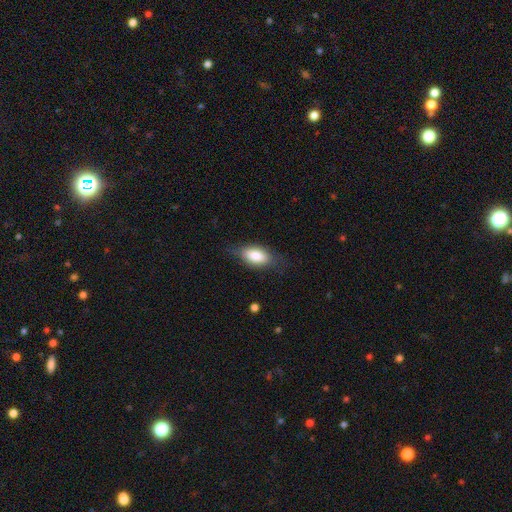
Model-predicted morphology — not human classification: Overall: smooth (80%). How rounded: in between (87%). Merging: none (71%).